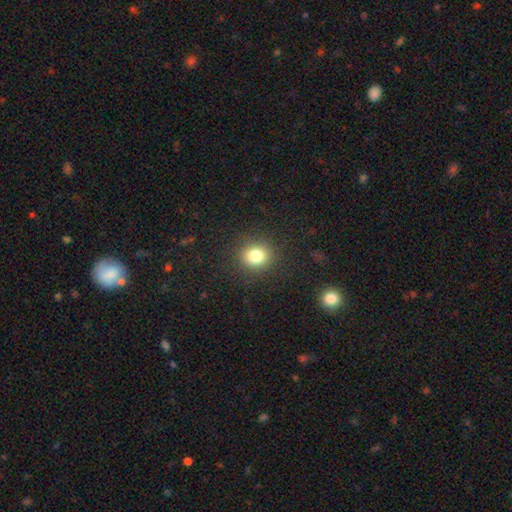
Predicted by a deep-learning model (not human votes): smooth 82%, star or artifact 12%, featured or disk 6%. Down the decision tree: how rounded — round (79%); merging — none (89%).